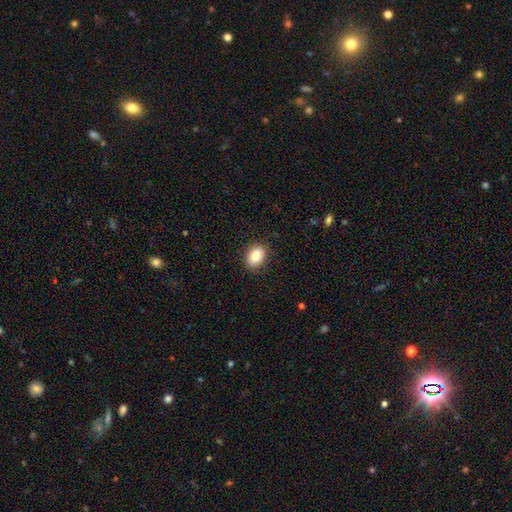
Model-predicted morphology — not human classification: Smooth or featured? smooth (85%)
How rounded? in between (78%)
Merging? none (88%)